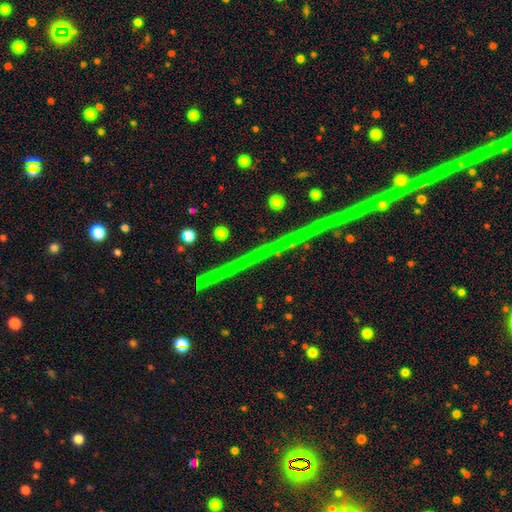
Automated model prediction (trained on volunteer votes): Morphology: type=star or artifact (75%).